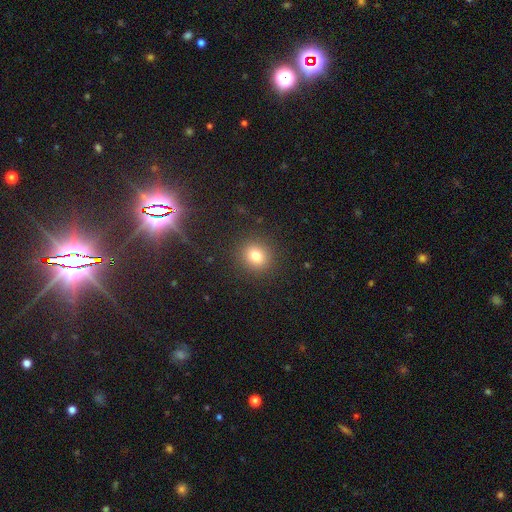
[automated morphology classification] type=smooth (78%); roundness=round (85%); merging=none (89%).